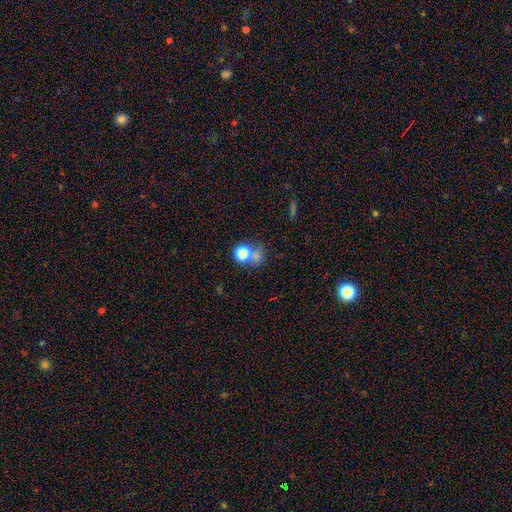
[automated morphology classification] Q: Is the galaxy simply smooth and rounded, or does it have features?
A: smooth — 70%.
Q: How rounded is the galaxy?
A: round — 77%.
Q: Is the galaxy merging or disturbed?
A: none — 45%.